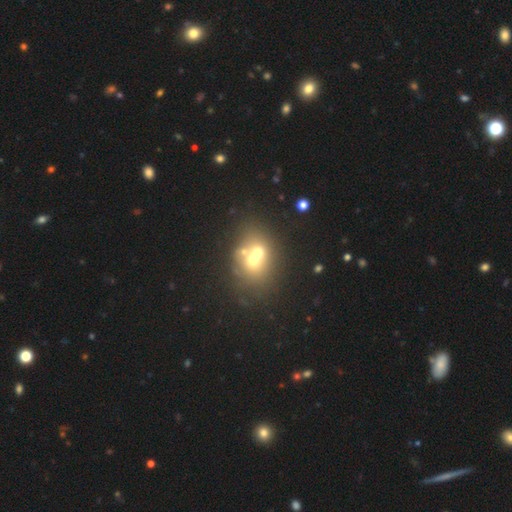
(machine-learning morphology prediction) Q: Smooth or featured?
A: smooth (55%); runner-up: featured or disk (30%)
Q: How rounded?
A: round (61%); runner-up: in between (38%)
Q: Merging?
A: merger (63%); runner-up: none (26%)